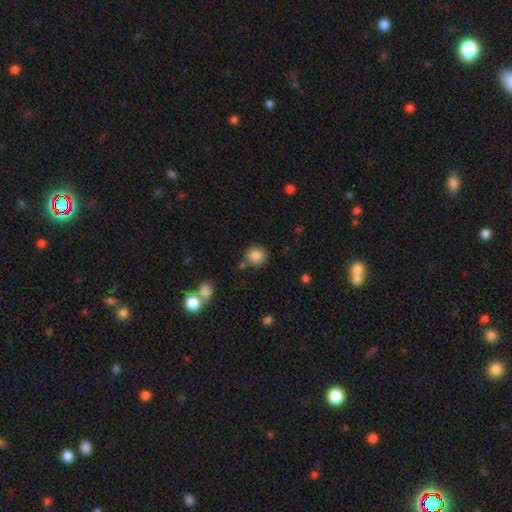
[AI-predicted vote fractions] Smooth or featured? Predicted: smooth (p=0.85). How rounded? Predicted: round (p=0.84). Merging? Predicted: none (p=0.76).